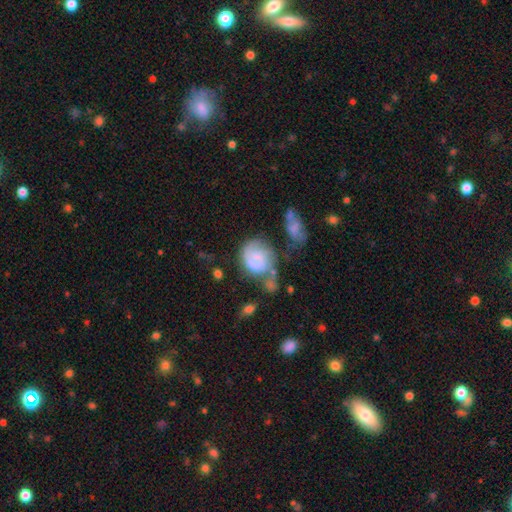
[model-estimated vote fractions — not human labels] smooth_or_featured: featured or disk (p=0.49) [alt: smooth p=0.42]
merging: none (p=0.36) [alt: minor disturbance p=0.23]